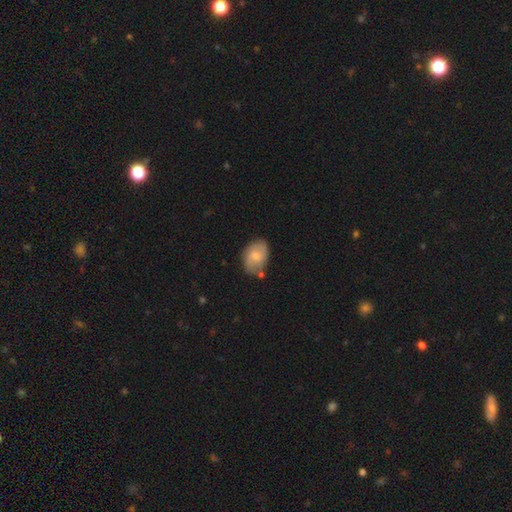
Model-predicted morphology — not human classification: Smooth or featured? smooth (58%)
How rounded? in between (80%)
Merging? none (67%)